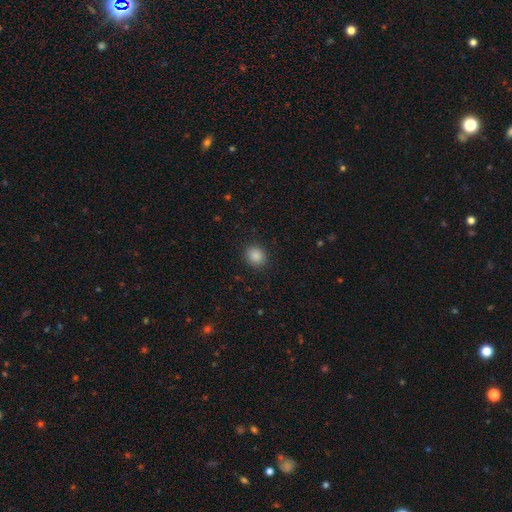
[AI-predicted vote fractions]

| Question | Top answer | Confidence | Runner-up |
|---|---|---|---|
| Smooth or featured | smooth | 87% | star or artifact (10%) |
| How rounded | round | 70% | in between (29%) |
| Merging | none | 89% | minor disturbance (8%) |